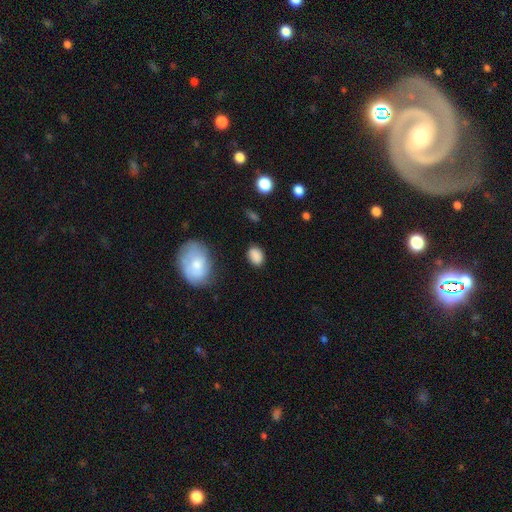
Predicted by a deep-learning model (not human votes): The model was most divided on "how rounded": in between: 73%, round: 26%, cigar-shaped: 1%. More confident: smooth or featured — smooth (86%); merging — none (82%).